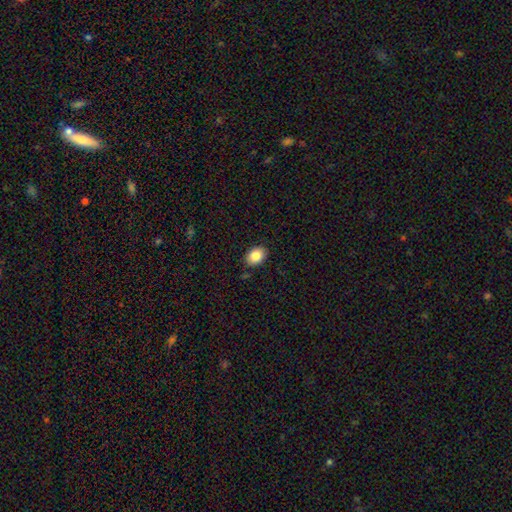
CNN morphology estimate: Overall: smooth (84%). How rounded: in between (70%). Merging: none (86%).